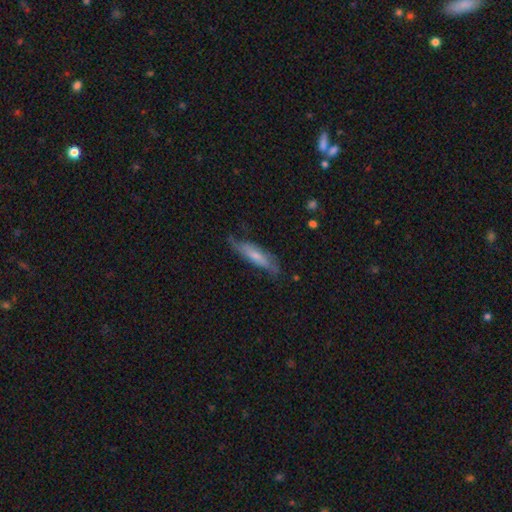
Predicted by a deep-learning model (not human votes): This is possibly a featured or disk galaxy (48%). Merging: likely none (62%).